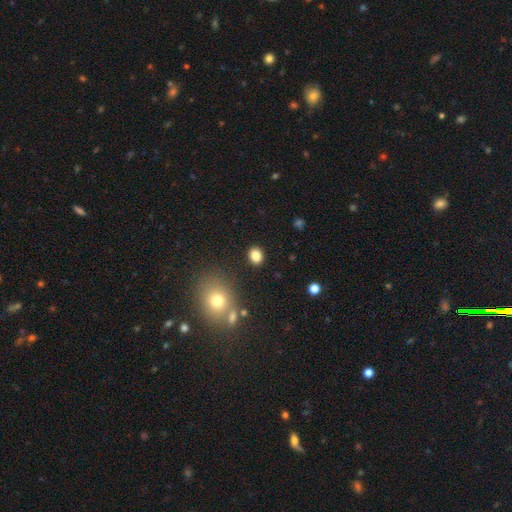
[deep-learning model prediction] This appears to be a smooth galaxy with no disk features (84%) that is round (52%). Merging: none (89%).